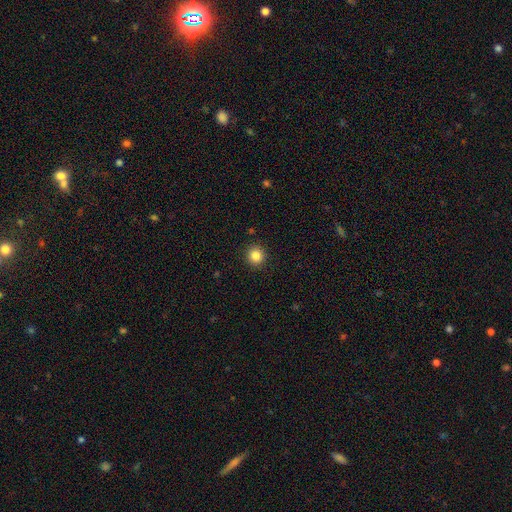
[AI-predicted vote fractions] A smooth galaxy with no disk features (85%) that is round (92%). Merging: none (92%).